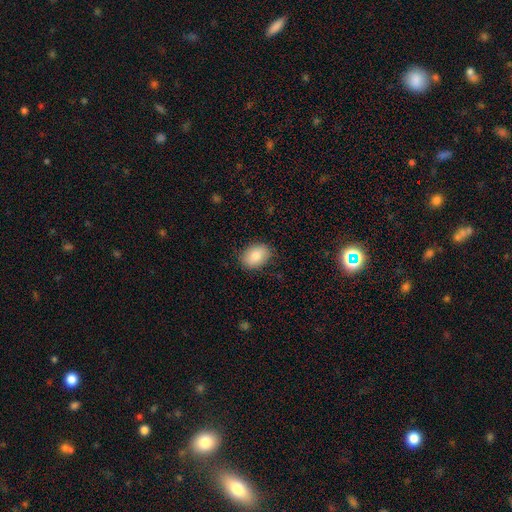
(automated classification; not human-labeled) A smooth galaxy with no disk features (84%) that is in between round and cigar-shaped (79%). Merging: none (85%).